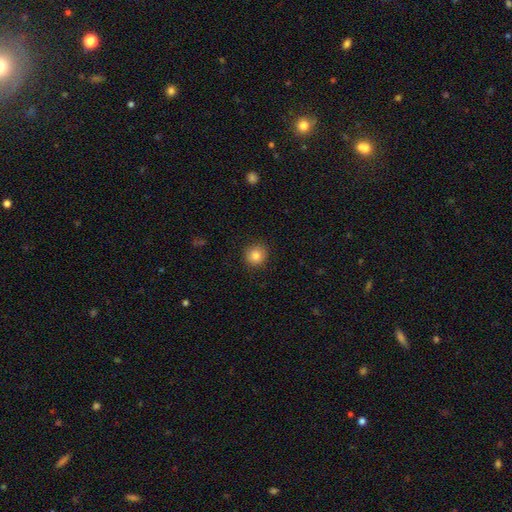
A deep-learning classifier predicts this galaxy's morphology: type=smooth (84%); roundness=round (93%); merging=none (91%).